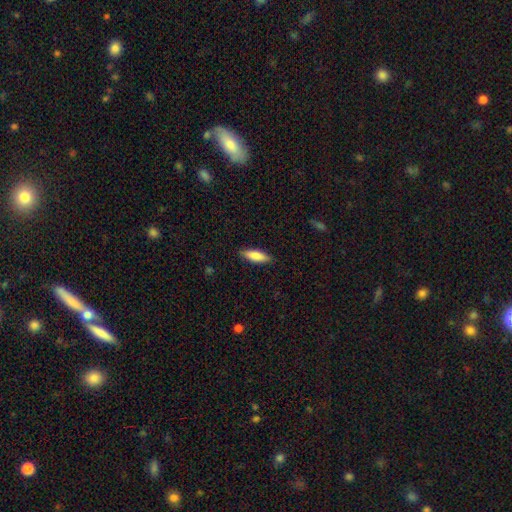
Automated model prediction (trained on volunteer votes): Smooth or featured? Predicted: smooth (p=0.82). How rounded? Predicted: in between (p=0.52). Merging? Predicted: none (p=0.88).